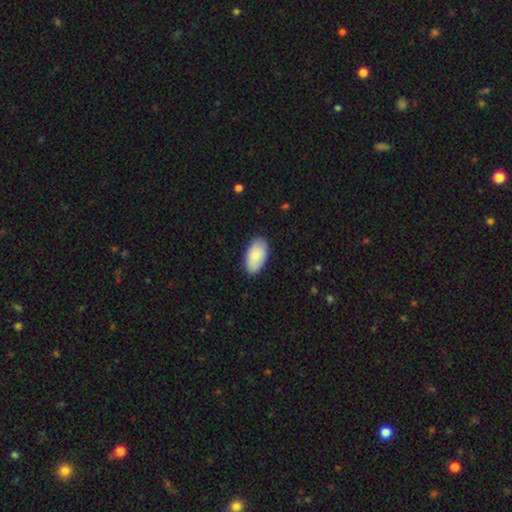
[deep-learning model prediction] Smooth or featured?
  - smooth: 87% *
  - featured or disk: 8%
  - star or artifact: 5%
How rounded?
  - in between: 96% *
  - round: 2%
  - cigar-shaped: 2%
Merging?
  - none: 87% *
  - minor disturbance: 10%
  - major disturbance: 2%
  - merger: 1%